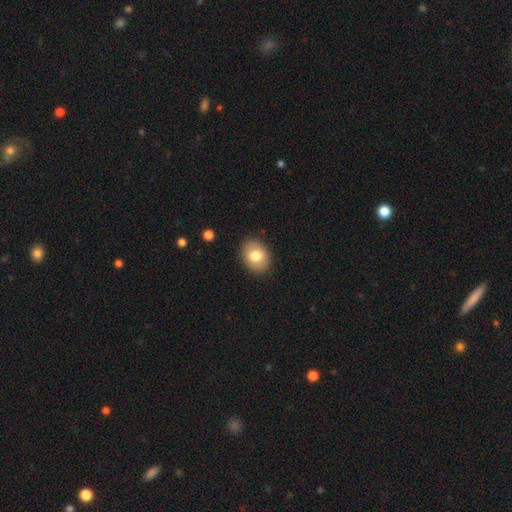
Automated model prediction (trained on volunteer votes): This is likely a smooth galaxy (77%). How rounded: likely in between (69%). Merging: clearly none (88%).